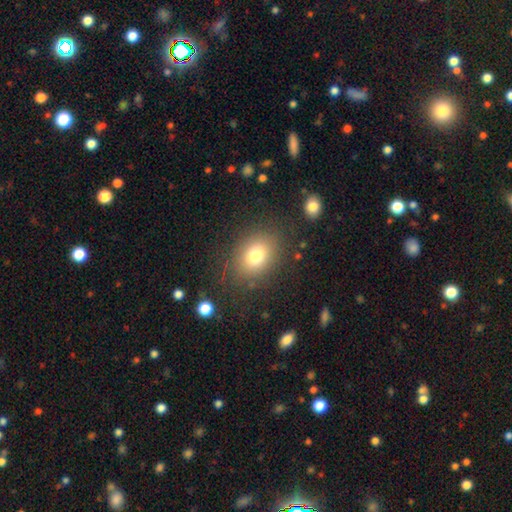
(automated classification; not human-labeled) Q: Smooth or featured?
A: smooth (76%); runner-up: star or artifact (13%)
Q: How rounded?
A: in between (52%); runner-up: round (47%)
Q: Merging?
A: none (83%); runner-up: minor disturbance (10%)